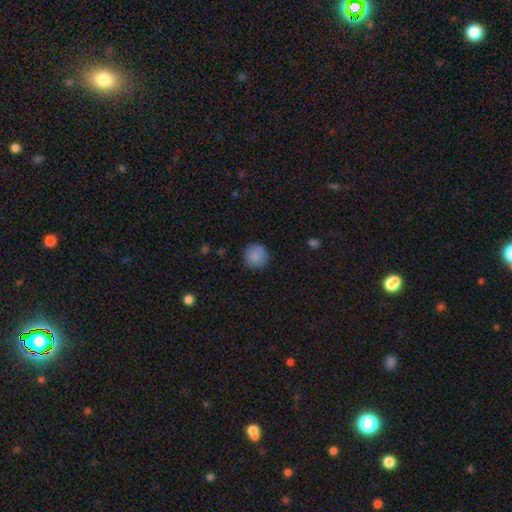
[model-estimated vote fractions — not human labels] Overall: smooth (86%). How rounded: round (91%). Merging: none (85%).